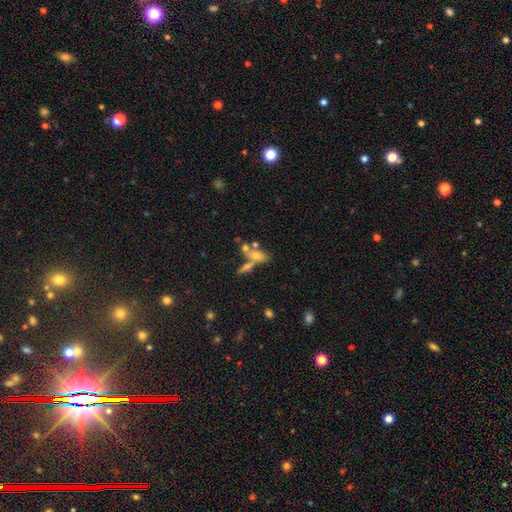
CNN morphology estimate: Smooth or featured?
  - smooth: 58% *
  - featured or disk: 30%
  - star or artifact: 12%
How rounded?
  - in between: 65% *
  - cigar-shaped: 27%
  - round: 8%
Merging?
  - merger: 47% *
  - none: 34%
  - minor disturbance: 11%
  - major disturbance: 8%